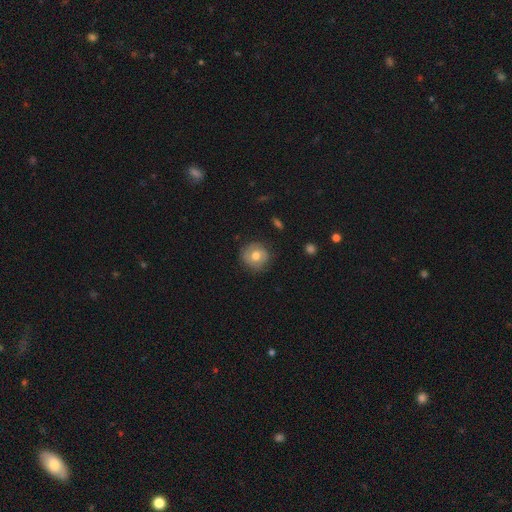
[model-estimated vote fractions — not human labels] Smooth or featured: smooth — 61% (featured or disk — 31%)
How rounded: round — 90% (in between — 9%)
Merging: none — 81% (minor disturbance — 14%)